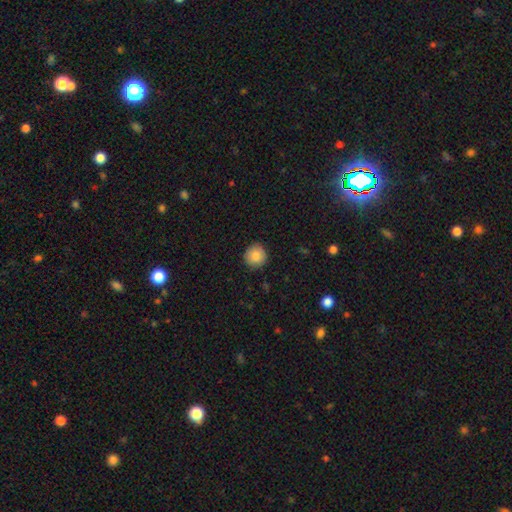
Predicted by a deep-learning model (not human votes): This appears to be a smooth galaxy with no disk features (85%) that is round (94%). Merging: none (91%).